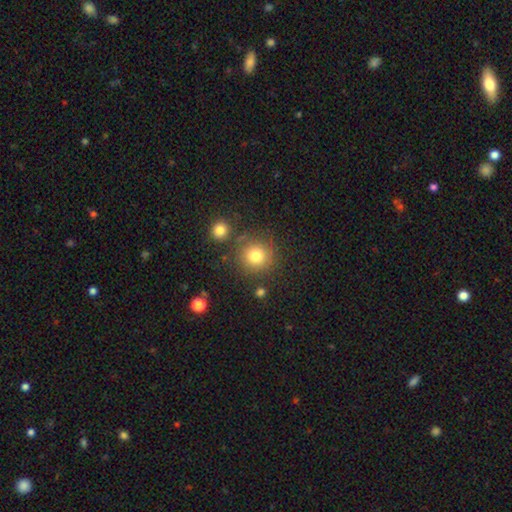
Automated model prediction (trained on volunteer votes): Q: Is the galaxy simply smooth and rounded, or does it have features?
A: smooth — 79%.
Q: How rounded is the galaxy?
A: round — 93%.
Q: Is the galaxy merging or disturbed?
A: none — 80%.